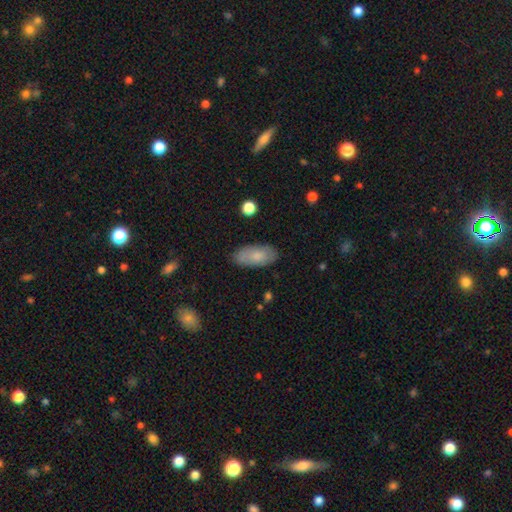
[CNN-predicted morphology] A smooth galaxy with no disk features (76%) that is in between round and cigar-shaped (91%).

Vote fractions:
- Smooth or featured? smooth: 76% / featured or disk: 18% / star or artifact: 6%
- How rounded? in between: 91% / cigar-shaped: 7% / round: 2%
- Merging? none: 82% / minor disturbance: 14% / major disturbance: 3% / merger: 1%